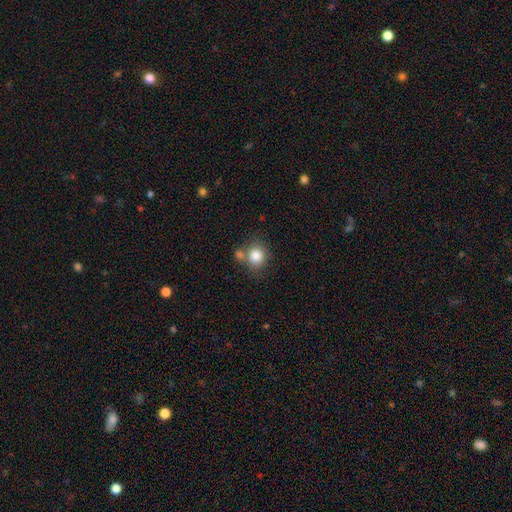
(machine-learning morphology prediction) A smooth galaxy with no disk features (83%) that is round (80%). Merging: none (60%).